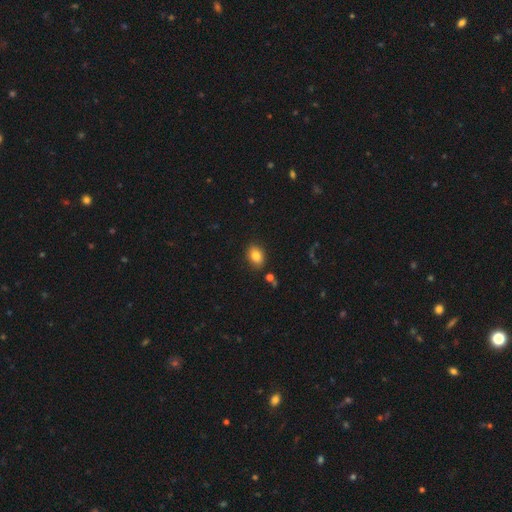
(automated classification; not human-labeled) Morphology: type=smooth (83%); roundness=in between (76%); merging=none (85%).